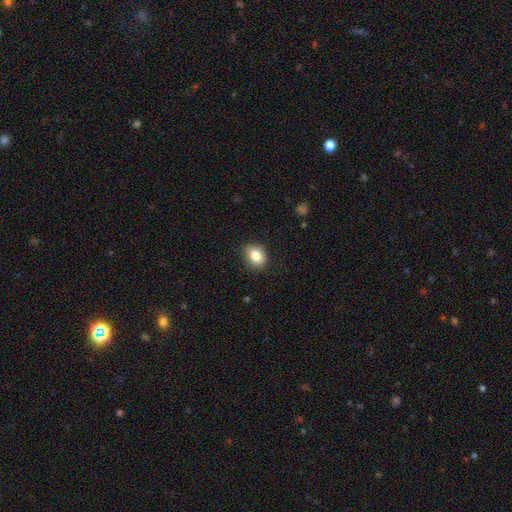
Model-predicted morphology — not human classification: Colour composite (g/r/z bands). It shows a smooth galaxy with no disk features (83%) that is in between round and cigar-shaped (59%). Merging: none (85%).